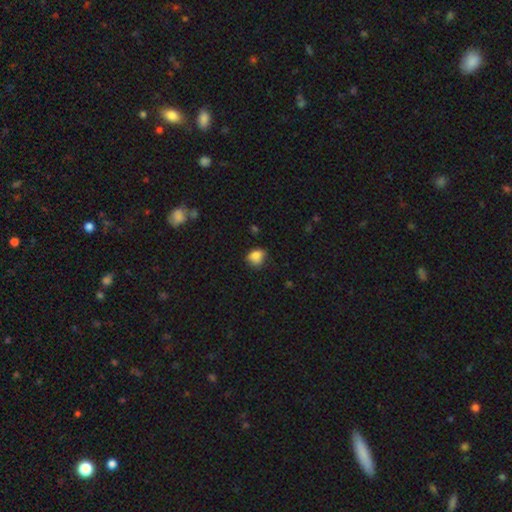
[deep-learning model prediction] Morphology: type=smooth (82%); roundness=round (56%); merging=none (61%).